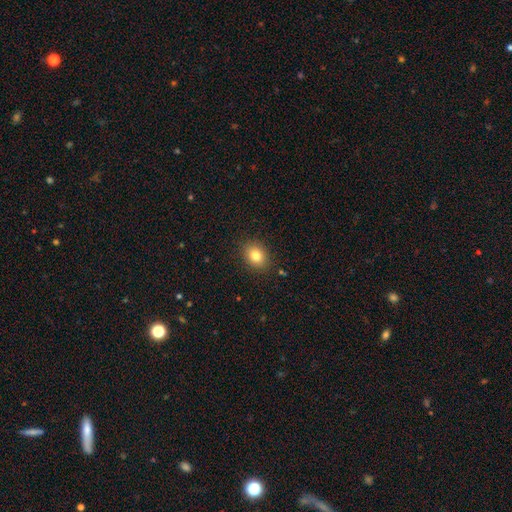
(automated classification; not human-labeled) A smooth galaxy with no disk features (81%) that is in between round and cigar-shaped (51%).

Vote fractions:
- Smooth or featured? smooth: 81% / star or artifact: 10% / featured or disk: 8%
- How rounded? in between: 51% / round: 48% / cigar-shaped: 1%
- Merging? none: 88% / minor disturbance: 8% / major disturbance: 2% / merger: 1%